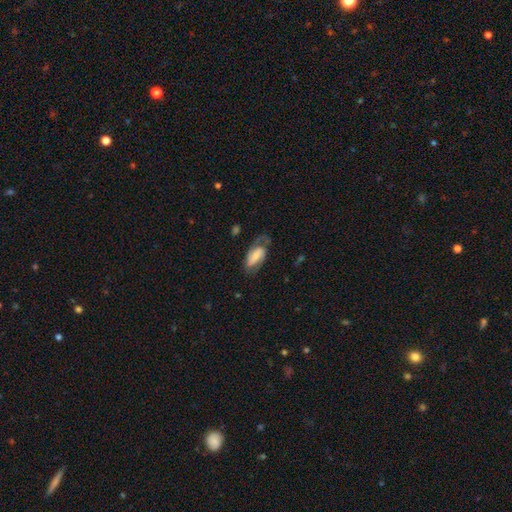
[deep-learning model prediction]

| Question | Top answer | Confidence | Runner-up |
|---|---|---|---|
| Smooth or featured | featured or disk | 61% | smooth (32%) |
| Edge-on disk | no | 94% | yes (6%) |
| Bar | weak | 39% | no (35%) |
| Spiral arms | yes | 87% | no (13%) |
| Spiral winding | medium | 46% | loose (28%) |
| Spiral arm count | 2 | 74% | 1 (12%) |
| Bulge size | small | 47% | moderate (28%) |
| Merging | none | 51% | minor disturbance (26%) |